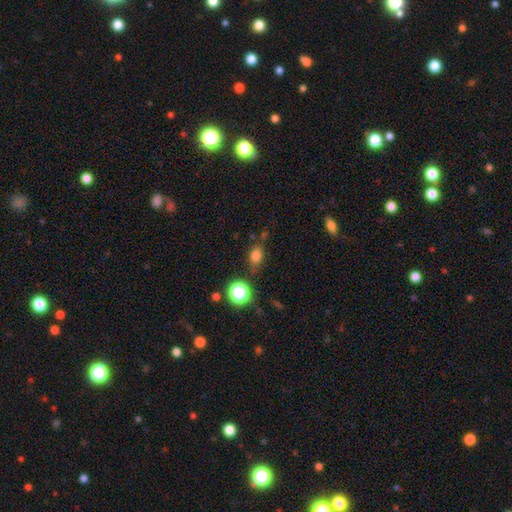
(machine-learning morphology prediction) smooth-or-featured: smooth: 76% | star or artifact: 17% | featured or disk: 7%
  how-rounded: in between: 67% | round: 31% | cigar-shaped: 2%
  merging: none: 71% | minor disturbance: 17% | merger: 6% | major disturbance: 5%